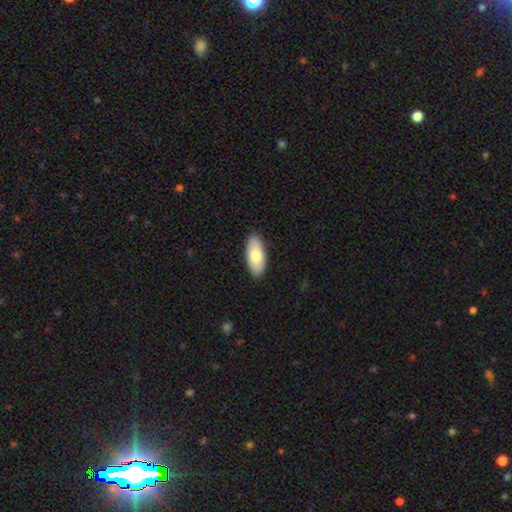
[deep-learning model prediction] This appears to be a smooth galaxy with no disk features (78%) that is in between round and cigar-shaped (86%). Merging: none (88%).